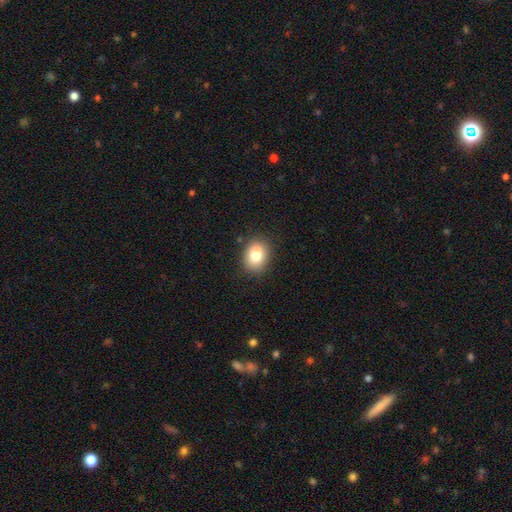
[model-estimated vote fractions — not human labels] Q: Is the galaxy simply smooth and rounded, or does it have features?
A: smooth — 73%.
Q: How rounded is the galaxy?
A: in between — 50%.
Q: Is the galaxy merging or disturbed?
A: none — 61%.